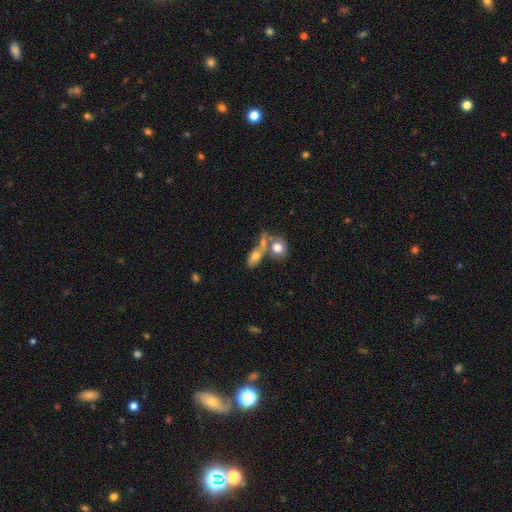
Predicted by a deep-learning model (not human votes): smooth_or_featured: smooth (p=0.64) [alt: featured or disk p=0.25]
how_rounded: in between (p=0.75) [alt: round p=0.16]
merging: merger (p=0.52) [alt: none p=0.26]